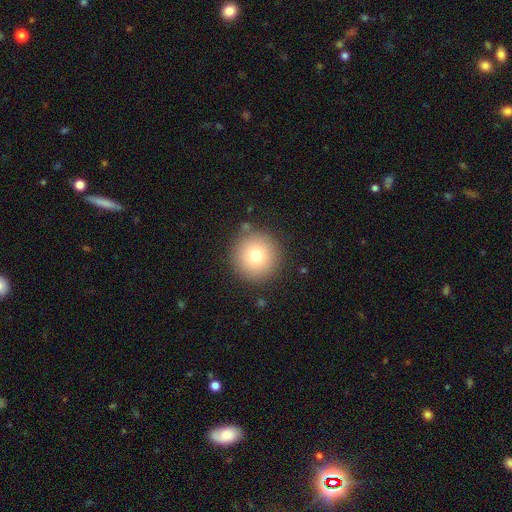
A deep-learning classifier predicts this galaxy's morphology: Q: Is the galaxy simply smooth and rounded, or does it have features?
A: smooth — 77%.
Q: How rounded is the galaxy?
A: round — 96%.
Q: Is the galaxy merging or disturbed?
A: none — 88%.